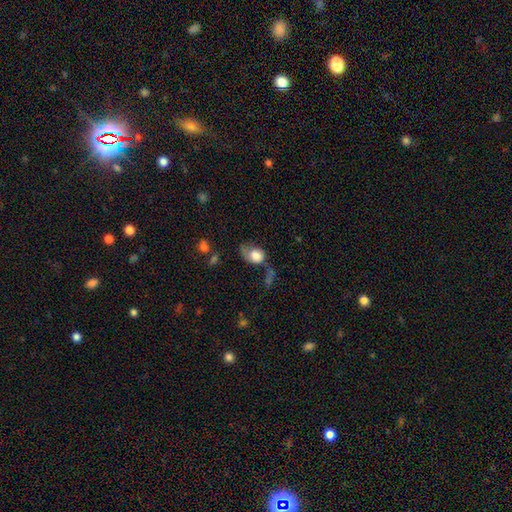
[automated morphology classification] Smooth or featured? Predicted: smooth (p=0.66). How rounded? Predicted: in between (p=0.60). Merging? Predicted: major disturbance (p=0.35).